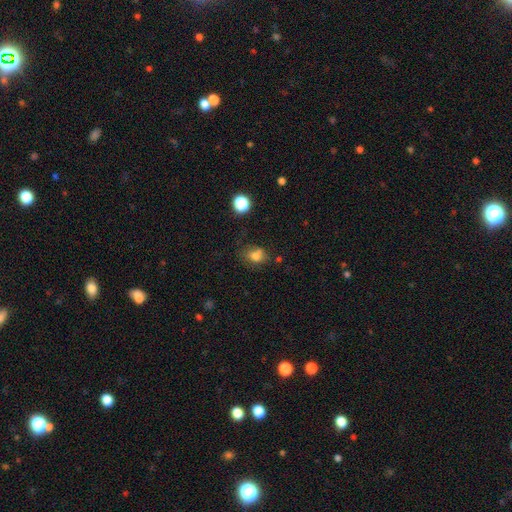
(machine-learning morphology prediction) The model was most divided on "how rounded": in between: 53%, round: 46%, cigar-shaped: 1%. More confident: smooth or featured — smooth (76%); merging — none (56%).